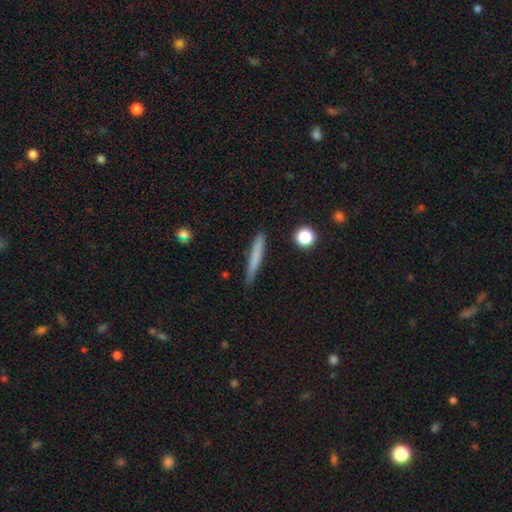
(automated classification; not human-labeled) Smooth or featured? smooth (70%)
How rounded? cigar-shaped (95%)
Merging? none (86%)